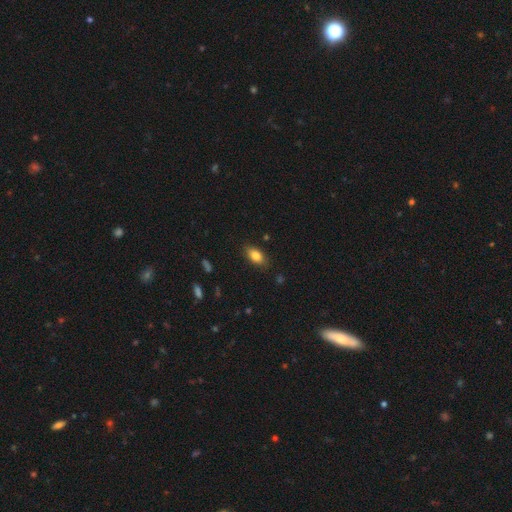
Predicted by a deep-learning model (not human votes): Smooth or featured?
  - smooth: 83% *
  - featured or disk: 9%
  - star or artifact: 8%
How rounded?
  - in between: 87% *
  - round: 7%
  - cigar-shaped: 5%
Merging?
  - none: 84% *
  - minor disturbance: 12%
  - major disturbance: 3%
  - merger: 1%